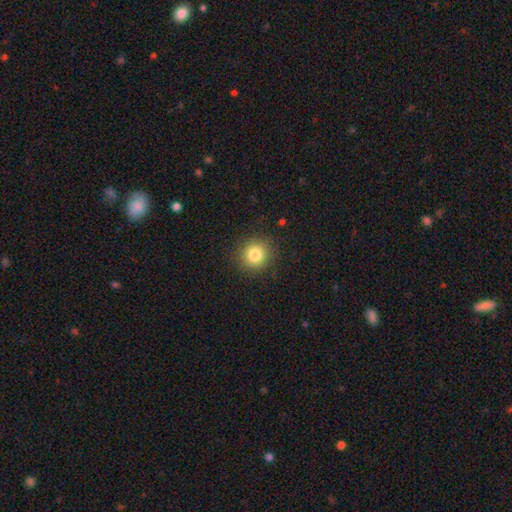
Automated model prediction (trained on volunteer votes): Q: Smooth or featured?
A: smooth (83%); runner-up: star or artifact (11%)
Q: How rounded?
A: round (90%); runner-up: in between (9%)
Q: Merging?
A: none (89%); runner-up: minor disturbance (8%)